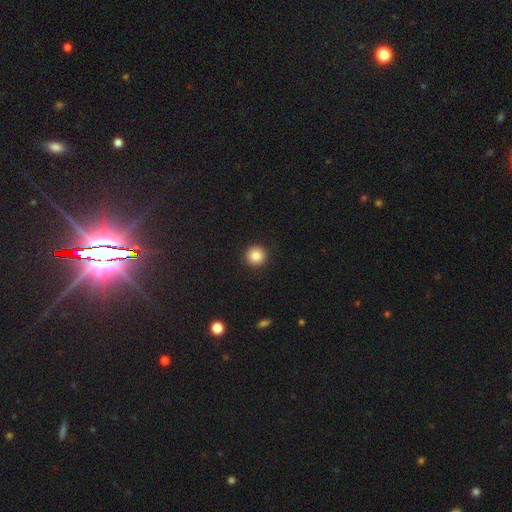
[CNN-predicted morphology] type=smooth (86%); roundness=round (95%); merging=none (92%).